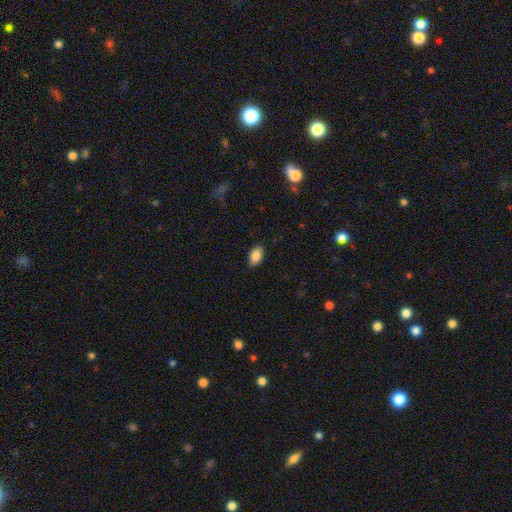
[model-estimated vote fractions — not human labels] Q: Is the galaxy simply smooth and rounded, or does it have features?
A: smooth — 88%.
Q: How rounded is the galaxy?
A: in between — 93%.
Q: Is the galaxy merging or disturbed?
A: none — 88%.